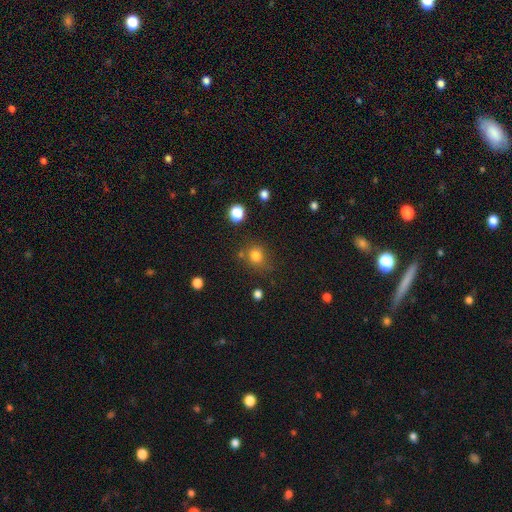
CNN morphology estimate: Smooth or featured? Predicted: smooth (p=0.80). How rounded? Predicted: round (p=0.83). Merging? Predicted: none (p=0.73).